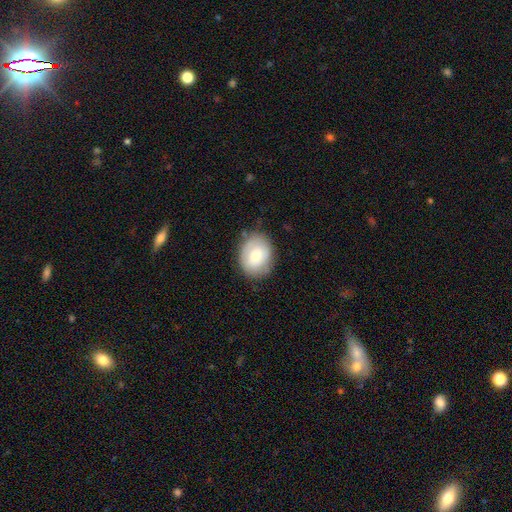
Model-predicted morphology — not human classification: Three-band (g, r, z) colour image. It shows a smooth galaxy with no disk features (68%) that is in between round and cigar-shaped (56%). Merging: none (77%).